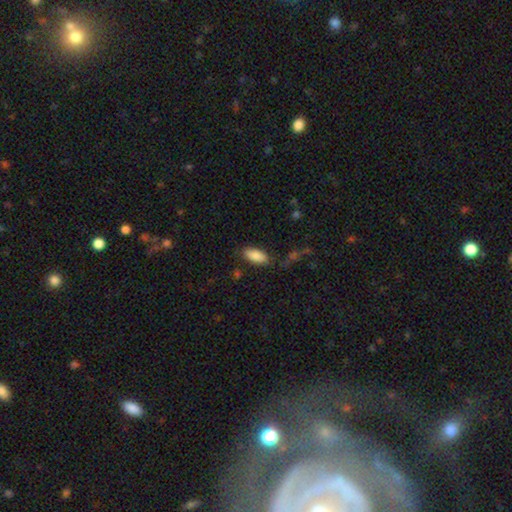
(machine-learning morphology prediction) A smooth galaxy with no disk features (86%) that is in between round and cigar-shaped (89%). Merging: none (79%).